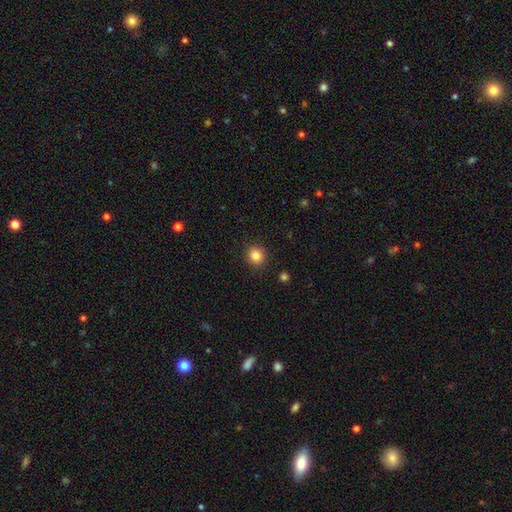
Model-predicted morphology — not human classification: Smooth or featured? Predicted: smooth (p=0.85). How rounded? Predicted: round (p=0.90). Merging? Predicted: none (p=0.91).